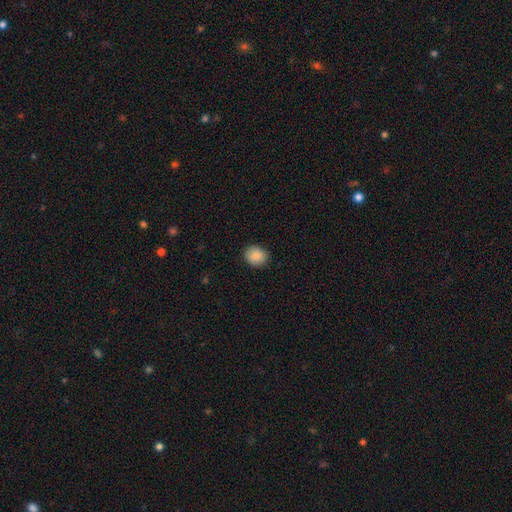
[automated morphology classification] Smooth or featured? Predicted: smooth (p=0.86). How rounded? Predicted: round (p=0.70). Merging? Predicted: none (p=0.89).